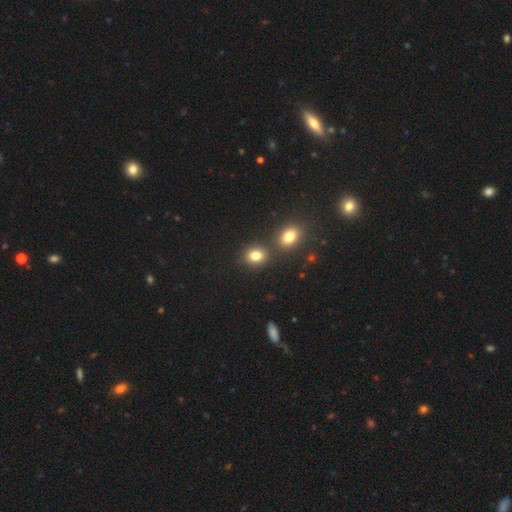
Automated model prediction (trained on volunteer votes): Q: Smooth or featured?
A: smooth (81%); runner-up: star or artifact (13%)
Q: How rounded?
A: round (54%); runner-up: in between (45%)
Q: Merging?
A: none (68%); runner-up: merger (20%)